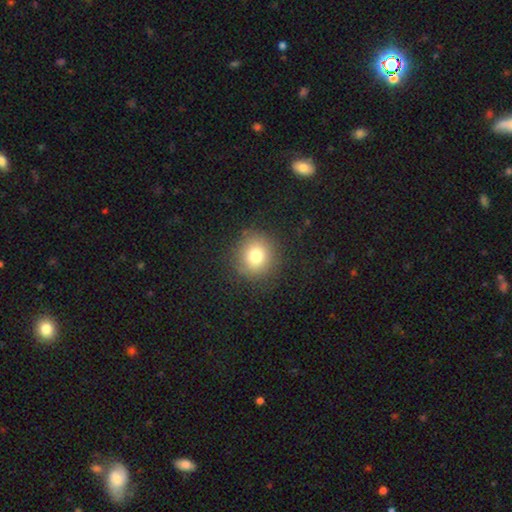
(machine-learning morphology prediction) type=smooth (77%); roundness=round (89%); merging=none (86%).